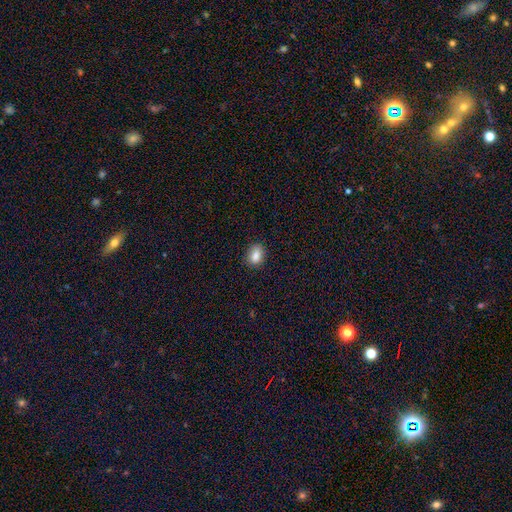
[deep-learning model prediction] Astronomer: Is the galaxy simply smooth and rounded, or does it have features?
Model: smooth — 86%.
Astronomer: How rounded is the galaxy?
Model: in between — 74%.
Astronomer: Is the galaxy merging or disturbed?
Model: none — 85%.